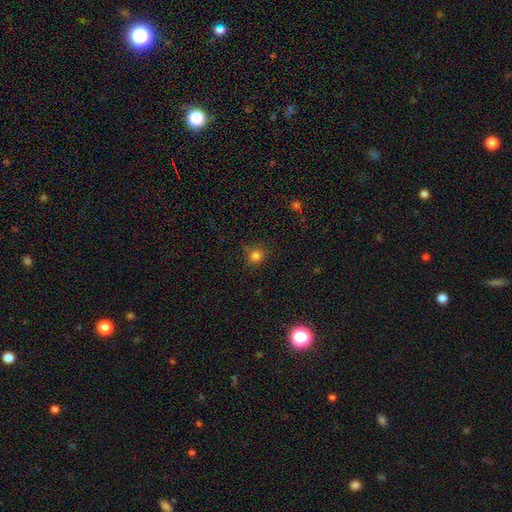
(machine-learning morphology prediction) type=smooth (80%); roundness=round (88%); merging=none (82%).